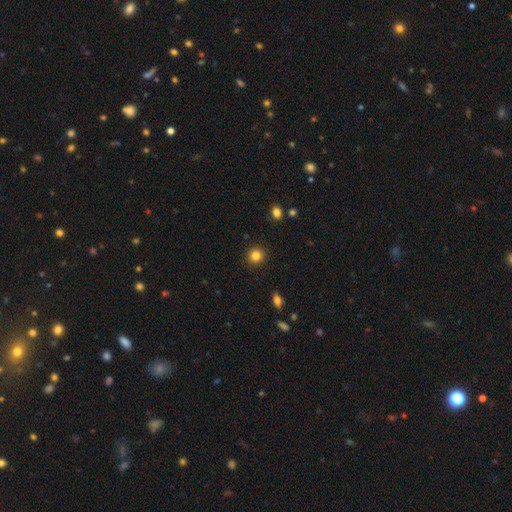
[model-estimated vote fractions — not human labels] Smooth or featured? smooth (83%)
How rounded? round (92%)
Merging? none (92%)